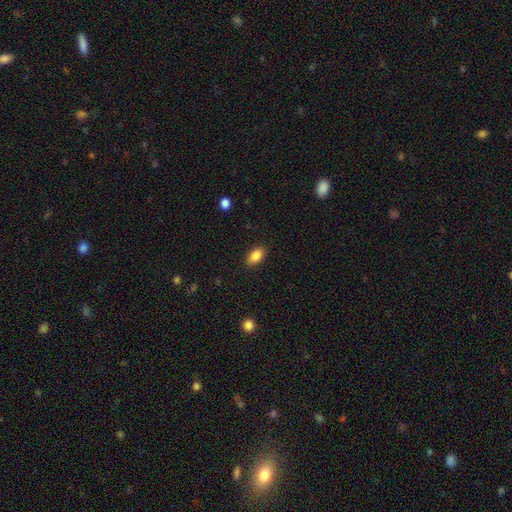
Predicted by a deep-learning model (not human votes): Overall: smooth (86%). How rounded: in between (90%). Merging: none (87%).